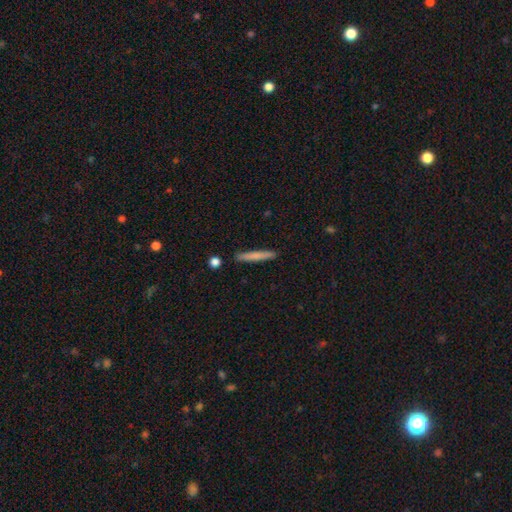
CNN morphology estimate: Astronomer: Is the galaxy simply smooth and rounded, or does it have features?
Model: smooth — 73%.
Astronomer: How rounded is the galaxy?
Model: cigar-shaped — 96%.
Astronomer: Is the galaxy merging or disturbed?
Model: none — 89%.